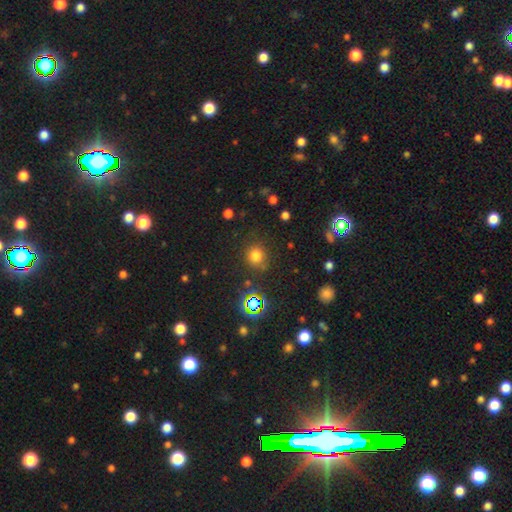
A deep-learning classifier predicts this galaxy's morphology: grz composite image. It shows a smooth galaxy with no disk features (71%) that is round (89%). Merging: none (82%).